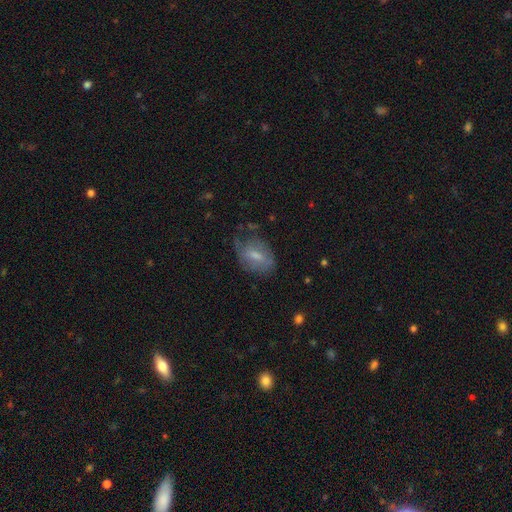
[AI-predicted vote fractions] smooth_or_featured: smooth (p=0.55) [alt: featured or disk p=0.37]
how_rounded: in between (p=0.82) [alt: round p=0.15]
merging: none (p=0.50) [alt: minor disturbance p=0.32]